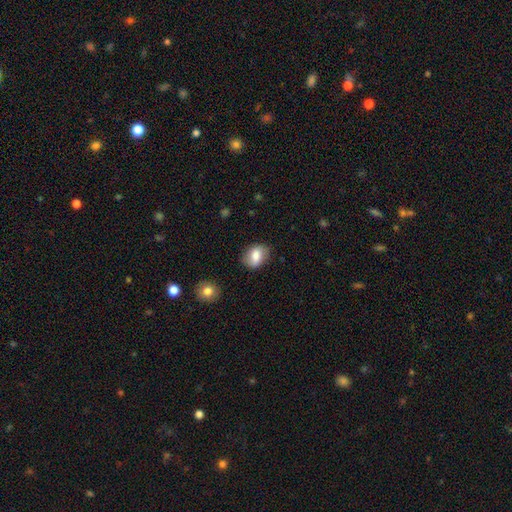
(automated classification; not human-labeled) Morphology: type=smooth (75%); roundness=in between (66%); merging=none (79%).